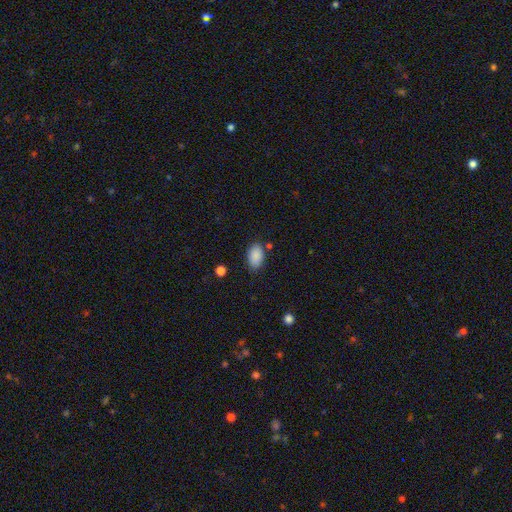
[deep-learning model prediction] Smooth or featured? Predicted: smooth (p=0.89). How rounded? Predicted: in between (p=0.92). Merging? Predicted: none (p=0.82).